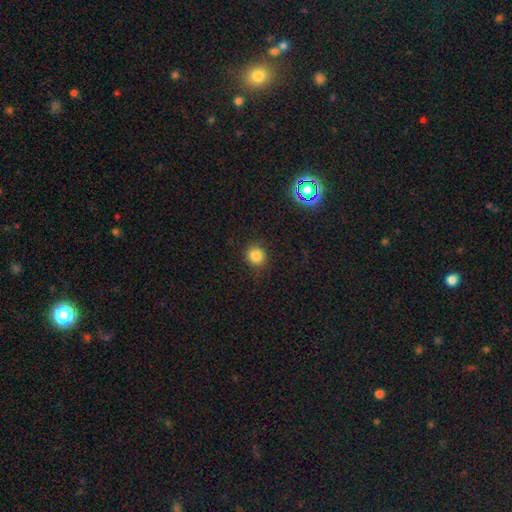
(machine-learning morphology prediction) Overall: smooth (83%). How rounded: round (88%). Merging: none (88%).